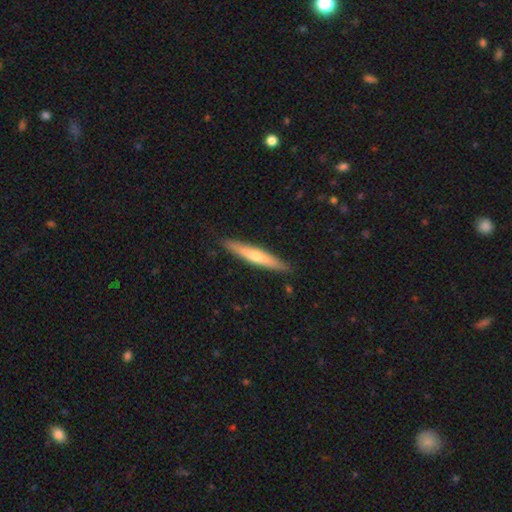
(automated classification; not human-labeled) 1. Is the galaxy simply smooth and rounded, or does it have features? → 54% featured or disk, 41% smooth, 6% star or artifact.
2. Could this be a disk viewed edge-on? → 94% yes, 6% no.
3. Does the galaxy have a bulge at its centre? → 76% rounded, 20% none, 3% boxy.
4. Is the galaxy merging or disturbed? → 91% none, 7% minor disturbance, 1% major disturbance, 1% merger.